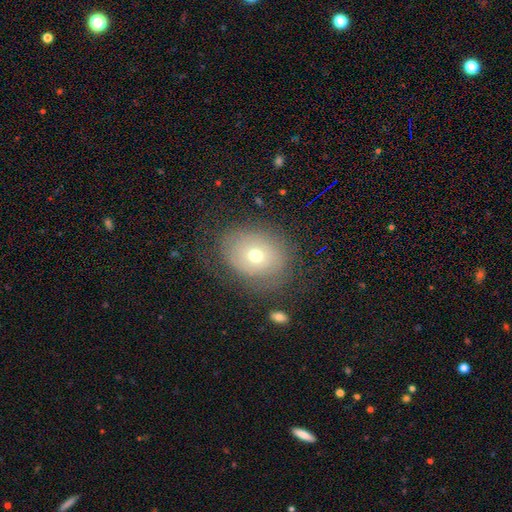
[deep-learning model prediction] Morphology: type=smooth (56%); roundness=in between (51%); merging=none (67%).